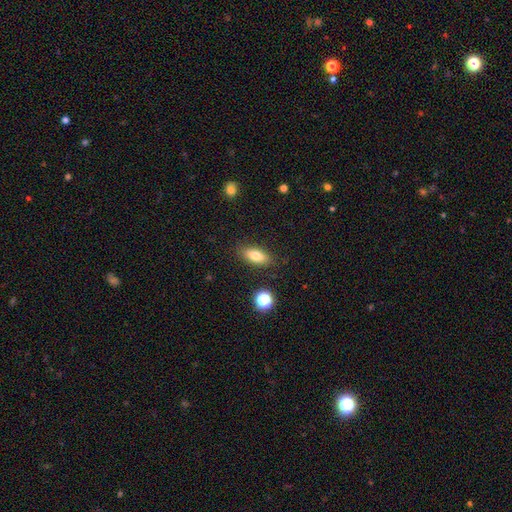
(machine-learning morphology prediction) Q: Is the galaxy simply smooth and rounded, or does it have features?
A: smooth — 78%.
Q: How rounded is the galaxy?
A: in between — 79%.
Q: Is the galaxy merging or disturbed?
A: none — 85%.